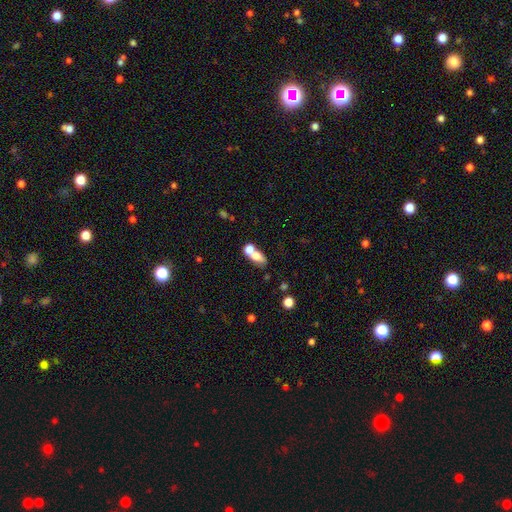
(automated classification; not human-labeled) smooth-or-featured: smooth: 70% | featured or disk: 20% | star or artifact: 10%
  how-rounded: in between: 75% | round: 19% | cigar-shaped: 6%
  merging: merger: 60% | none: 26% | minor disturbance: 9% | major disturbance: 6%